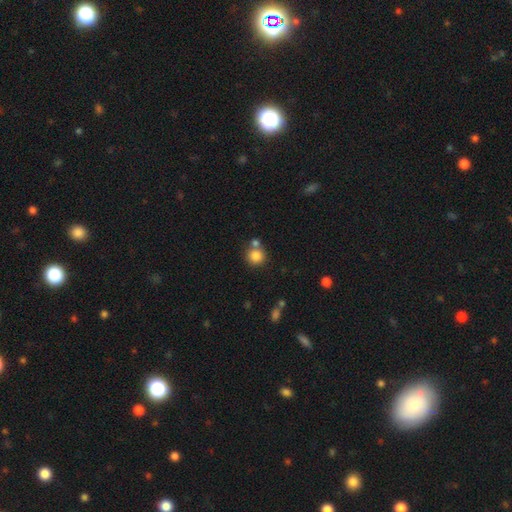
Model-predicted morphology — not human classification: This is clearly a smooth galaxy (83%). How rounded: clearly round (91%). Merging: likely none (64%).